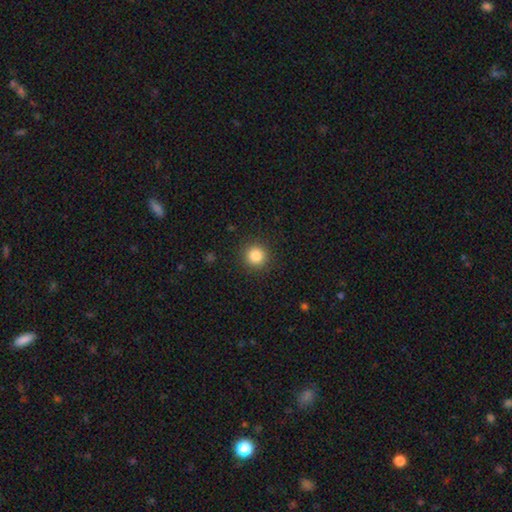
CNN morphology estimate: Q: Smooth or featured?
A: smooth (84%); runner-up: star or artifact (11%)
Q: How rounded?
A: round (94%); runner-up: in between (5%)
Q: Merging?
A: none (91%); runner-up: minor disturbance (6%)